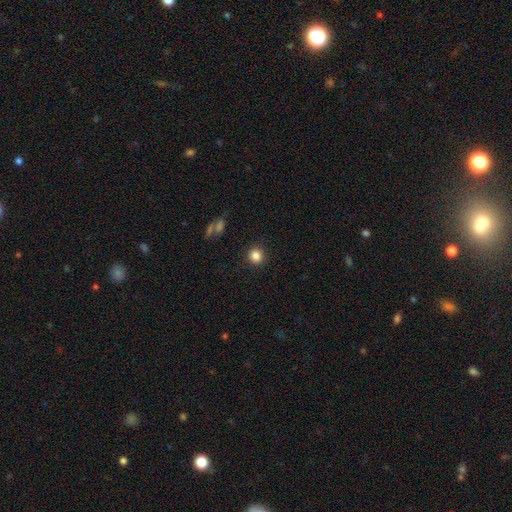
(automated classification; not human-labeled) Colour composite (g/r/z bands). It shows a smooth galaxy with no disk features (84%) that is round (90%). Merging: none (91%).